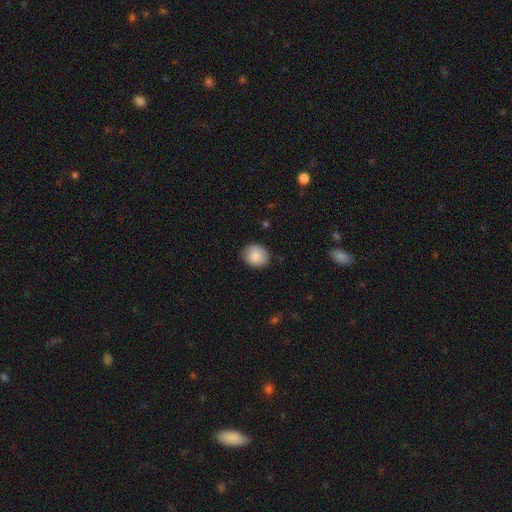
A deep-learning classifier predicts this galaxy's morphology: Smooth or featured? Predicted: smooth (p=0.87). How rounded? Predicted: round (p=0.67). Merging? Predicted: none (p=0.85).